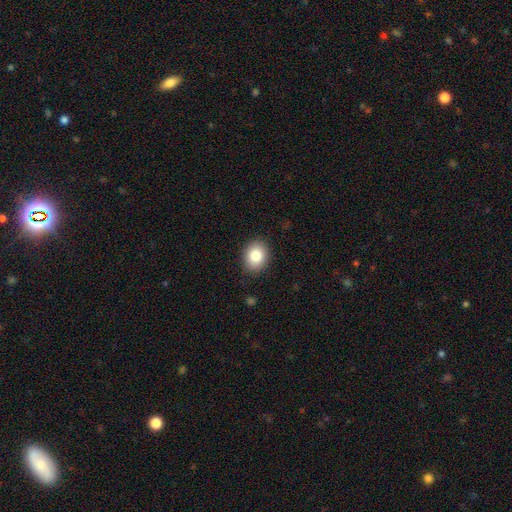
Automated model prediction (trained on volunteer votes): Q: Smooth or featured?
A: smooth (82%); runner-up: star or artifact (9%)
Q: How rounded?
A: in between (53%); runner-up: round (47%)
Q: Merging?
A: none (88%); runner-up: minor disturbance (9%)